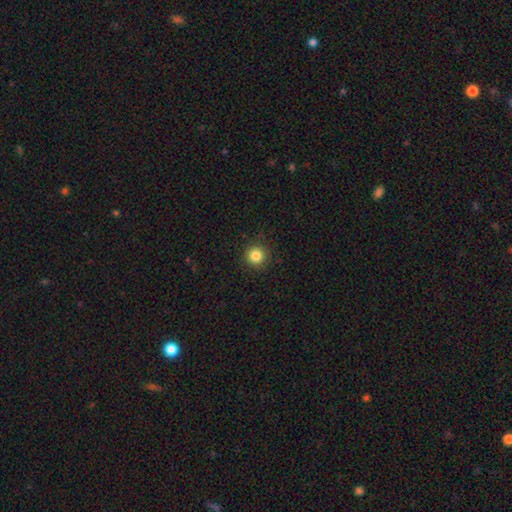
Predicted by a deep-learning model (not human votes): A smooth galaxy with no disk features (84%) that is round (95%).

Vote fractions:
- Smooth or featured? smooth: 84% / star or artifact: 11% / featured or disk: 4%
- How rounded? round: 95% / in between: 4% / cigar-shaped: 1%
- Merging? none: 91% / minor disturbance: 6% / major disturbance: 2% / merger: 1%